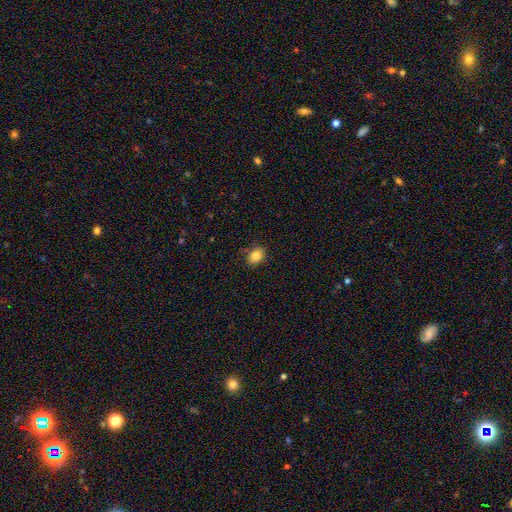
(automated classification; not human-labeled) smooth-or-featured: smooth: 85% | star or artifact: 10% | featured or disk: 6%
  how-rounded: in between: 64% | round: 35% | cigar-shaped: 1%
  merging: none: 81% | minor disturbance: 14% | major disturbance: 3% | merger: 2%